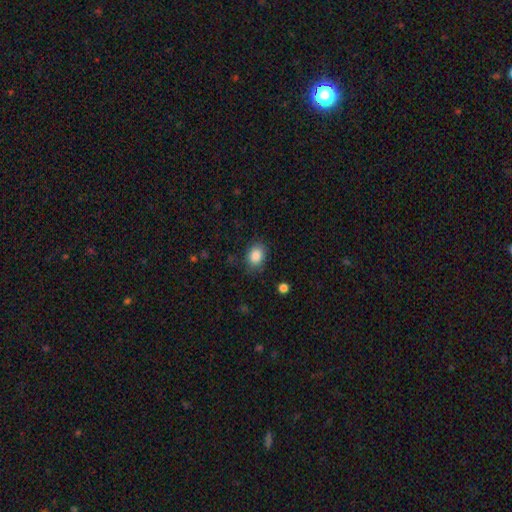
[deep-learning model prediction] smooth_or_featured: smooth (p=0.87) [alt: star or artifact p=0.08]
how_rounded: in between (p=0.60) [alt: round p=0.39]
merging: none (p=0.78) [alt: minor disturbance p=0.16]